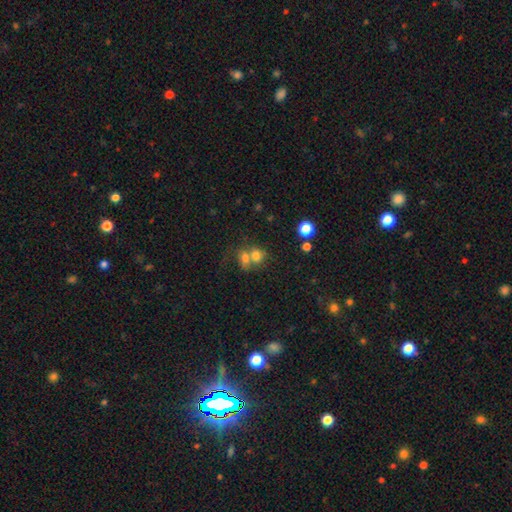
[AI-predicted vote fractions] smooth-or-featured: smooth: 73% | featured or disk: 14% | star or artifact: 13%
  how-rounded: round: 56% | in between: 43% | cigar-shaped: 1%
  merging: merger: 63% | none: 25% | minor disturbance: 7% | major disturbance: 5%